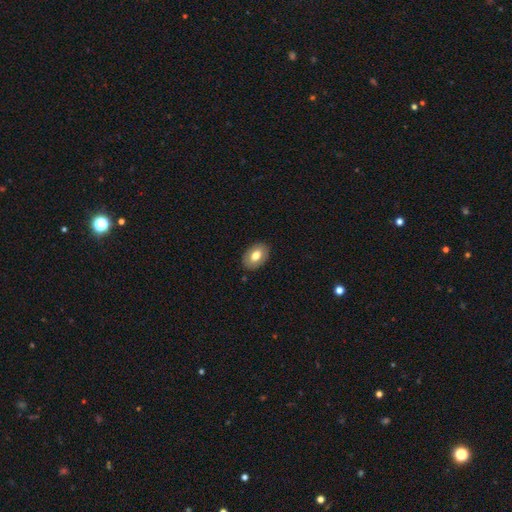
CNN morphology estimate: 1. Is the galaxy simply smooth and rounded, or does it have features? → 70% smooth, 23% featured or disk, 7% star or artifact.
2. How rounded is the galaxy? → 86% in between, 13% round, 1% cigar-shaped.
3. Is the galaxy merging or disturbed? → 87% none, 9% minor disturbance, 2% major disturbance, 1% merger.